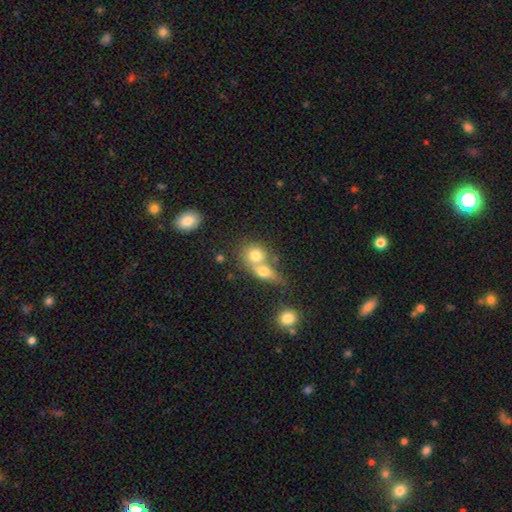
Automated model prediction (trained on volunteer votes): Q: Smooth or featured?
A: smooth (73%); runner-up: featured or disk (17%)
Q: How rounded?
A: round (69%); runner-up: in between (29%)
Q: Merging?
A: merger (65%); runner-up: none (26%)